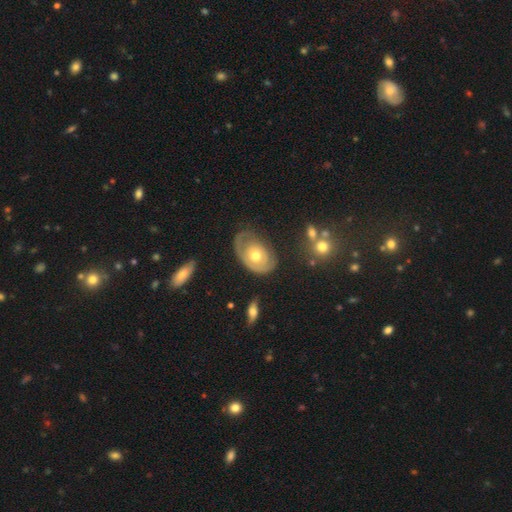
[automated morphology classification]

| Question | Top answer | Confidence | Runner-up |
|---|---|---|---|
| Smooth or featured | featured or disk | 61% | smooth (33%) |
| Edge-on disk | no | 93% | yes (7%) |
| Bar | no | 87% | weak (10%) |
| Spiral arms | yes | 57% | no (43%) |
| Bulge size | moderate | 72% | small (18%) |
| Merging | none | 49% | minor disturbance (28%) |